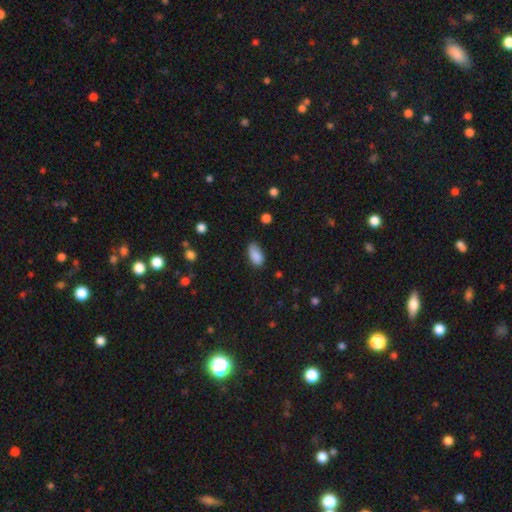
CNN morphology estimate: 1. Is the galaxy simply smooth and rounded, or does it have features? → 88% smooth, 8% star or artifact, 5% featured or disk.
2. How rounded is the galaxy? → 93% in between, 4% cigar-shaped, 3% round.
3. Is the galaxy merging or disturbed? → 68% none, 26% minor disturbance, 5% major disturbance, 2% merger.